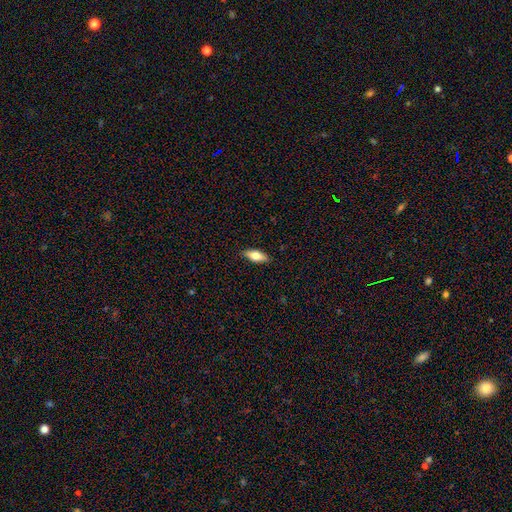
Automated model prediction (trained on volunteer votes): smooth_or_featured: smooth (p=0.66) [alt: featured or disk p=0.28]
how_rounded: in between (p=0.71) [alt: cigar-shaped p=0.26]
merging: none (p=0.89) [alt: minor disturbance p=0.09]